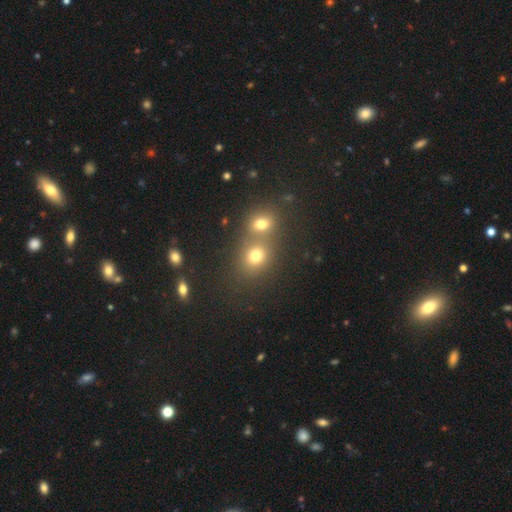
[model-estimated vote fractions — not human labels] Smooth or featured: smooth — 73% (star or artifact — 18%)
How rounded: round — 70% (in between — 28%)
Merging: none — 46% (merger — 43%)